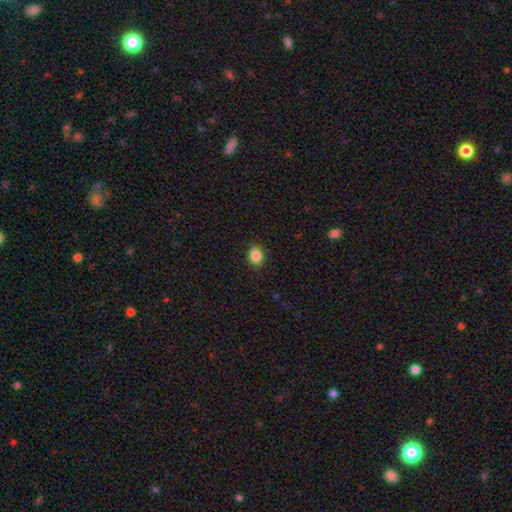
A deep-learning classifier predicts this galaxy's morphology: smooth_or_featured: smooth (p=0.86) [alt: star or artifact p=0.10]
how_rounded: round (p=0.52) [alt: in between p=0.47]
merging: none (p=0.86) [alt: minor disturbance p=0.10]